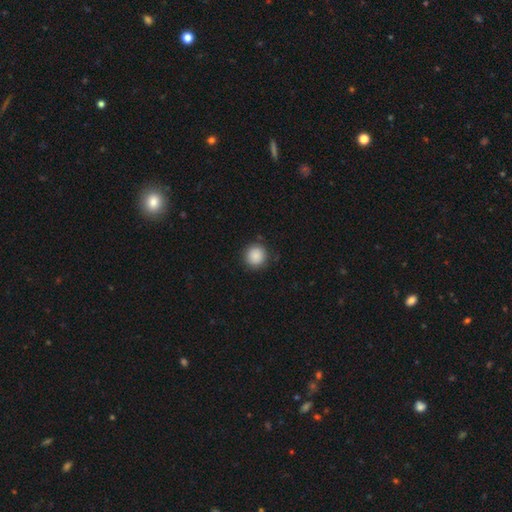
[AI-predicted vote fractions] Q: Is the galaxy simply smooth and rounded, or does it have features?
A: smooth — 88%.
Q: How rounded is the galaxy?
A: round — 94%.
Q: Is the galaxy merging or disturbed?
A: none — 89%.